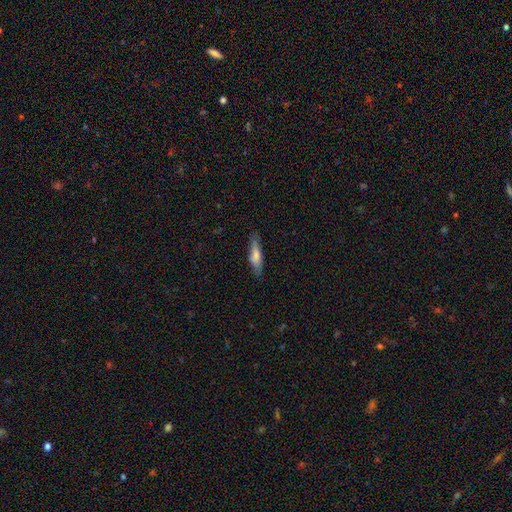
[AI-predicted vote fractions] smooth_or_featured: smooth (p=0.68) [alt: featured or disk p=0.26]
how_rounded: cigar-shaped (p=0.71) [alt: in between p=0.27]
merging: none (p=0.79) [alt: minor disturbance p=0.16]